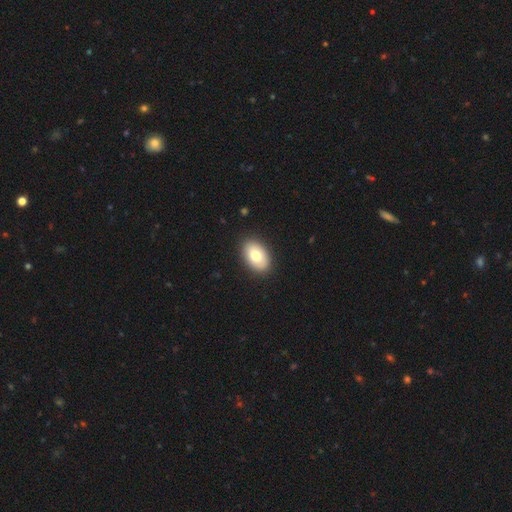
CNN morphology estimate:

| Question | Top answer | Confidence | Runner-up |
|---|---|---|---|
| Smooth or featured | smooth | 76% | featured or disk (18%) |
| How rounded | in between | 90% | round (9%) |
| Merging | none | 89% | minor disturbance (8%) |